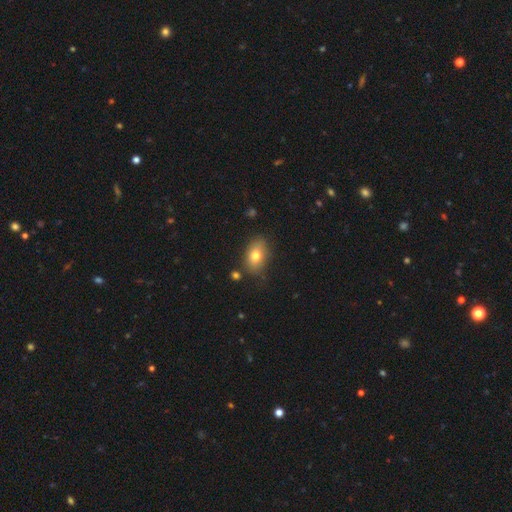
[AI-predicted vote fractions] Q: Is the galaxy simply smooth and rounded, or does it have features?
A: smooth — 75%.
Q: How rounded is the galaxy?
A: in between — 83%.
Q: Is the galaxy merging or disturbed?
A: none — 76%.